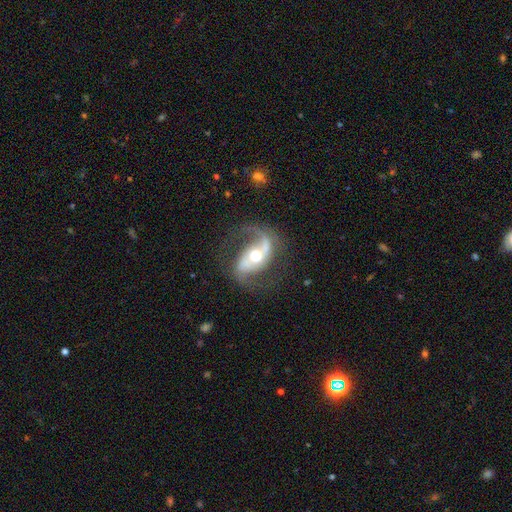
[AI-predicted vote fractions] featured or disk 88%, smooth 7%, star or artifact 5%. Down the decision tree: edge-on disk — no (97%); bar — strong (37%); spiral arms — yes (95%); spiral arm count — 2 (90%); spiral winding — loose (45%, tied with medium); bulge size — moderate (71%); merging — none (70%).